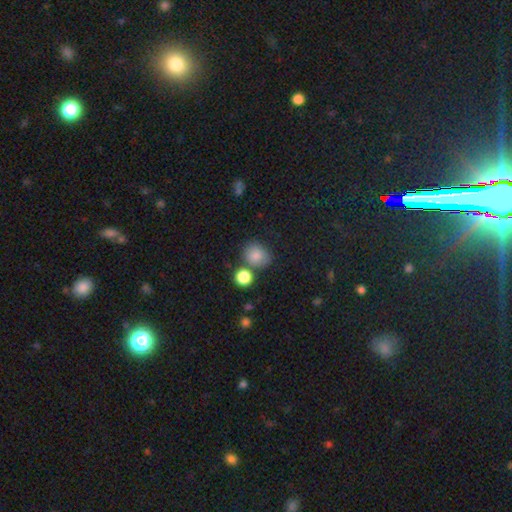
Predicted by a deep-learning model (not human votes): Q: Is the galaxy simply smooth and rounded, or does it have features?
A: smooth — 82%.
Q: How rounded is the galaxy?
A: round — 63%.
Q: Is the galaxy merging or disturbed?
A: none — 65%.